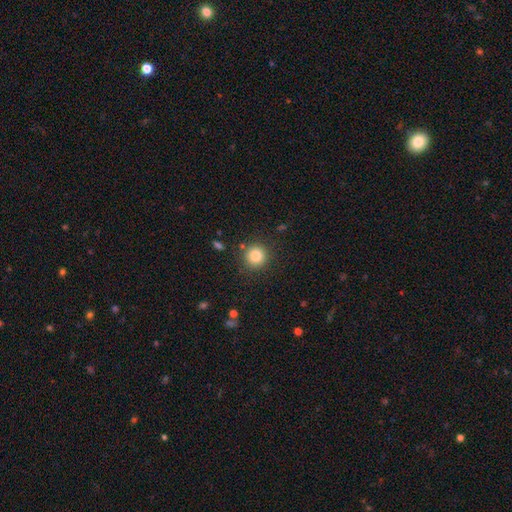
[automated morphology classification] smooth_or_featured: smooth (p=0.83) [alt: star or artifact p=0.11]
how_rounded: round (p=0.93) [alt: in between p=0.06]
merging: none (p=0.87) [alt: minor disturbance p=0.08]